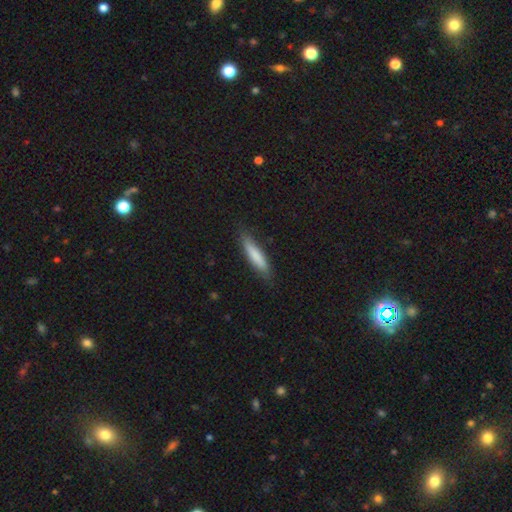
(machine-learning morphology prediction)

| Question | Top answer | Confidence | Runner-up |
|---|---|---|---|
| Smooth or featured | smooth | 79% | featured or disk (16%) |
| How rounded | cigar-shaped | 83% | in between (15%) |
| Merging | none | 82% | minor disturbance (14%) |